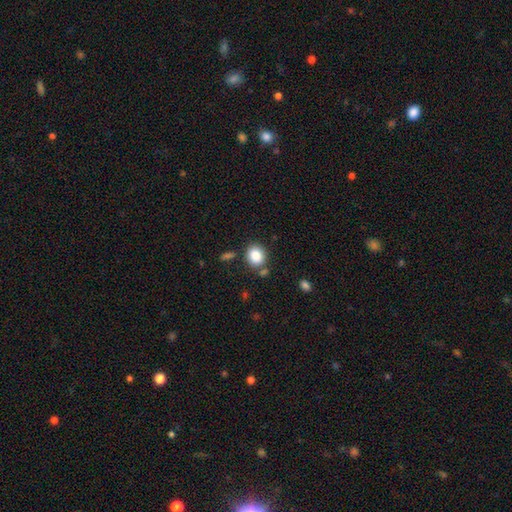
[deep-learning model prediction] Smooth or featured? Predicted: smooth (p=0.86). How rounded? Predicted: round (p=0.67). Merging? Predicted: none (p=0.76).